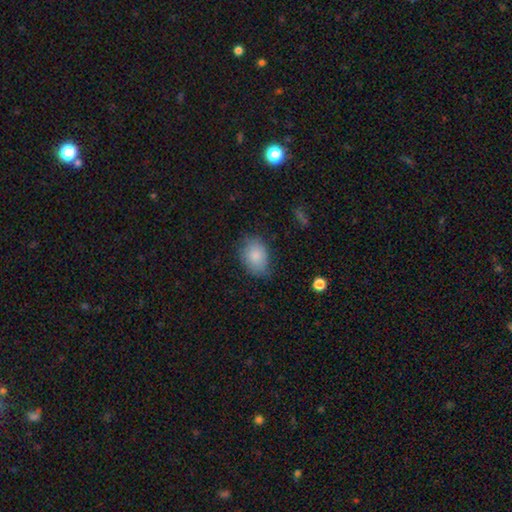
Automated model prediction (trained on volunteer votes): Q: Smooth or featured?
A: smooth (83%); runner-up: featured or disk (10%)
Q: How rounded?
A: in between (69%); runner-up: round (30%)
Q: Merging?
A: none (66%); runner-up: minor disturbance (26%)